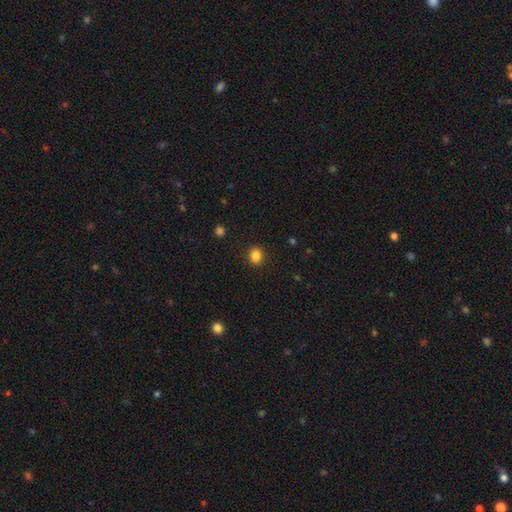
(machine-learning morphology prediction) Smooth or featured? Predicted: smooth (p=0.85). How rounded? Predicted: round (p=0.77). Merging? Predicted: none (p=0.91).